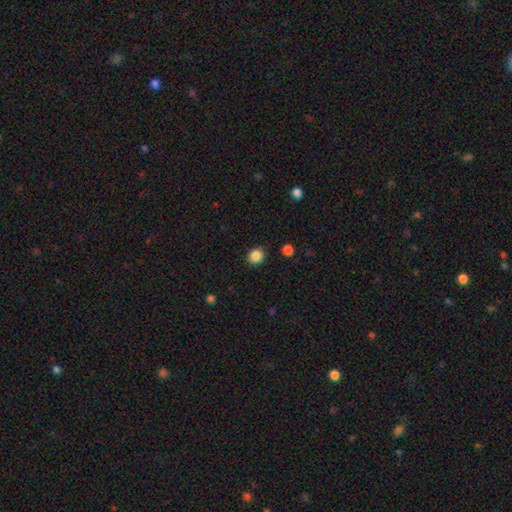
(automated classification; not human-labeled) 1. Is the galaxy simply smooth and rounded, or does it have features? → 86% smooth, 10% star or artifact, 4% featured or disk.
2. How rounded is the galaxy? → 80% round, 19% in between, 1% cigar-shaped.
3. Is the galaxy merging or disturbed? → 89% none, 7% minor disturbance, 2% major disturbance, 2% merger.